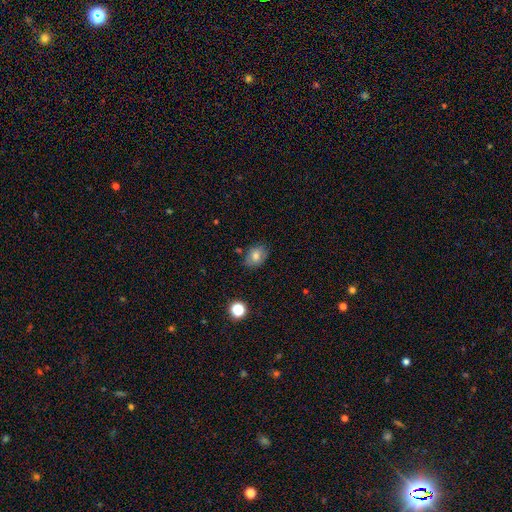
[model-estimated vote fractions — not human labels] Smooth or featured? smooth (75%)
How rounded? in between (68%)
Merging? none (78%)